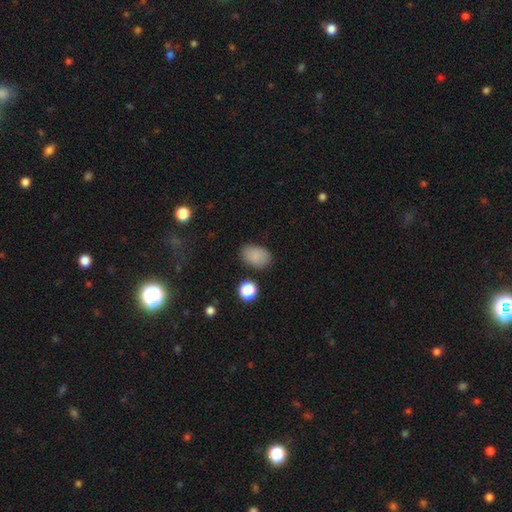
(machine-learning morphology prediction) smooth 85%, star or artifact 10%, featured or disk 5%. Down the decision tree: how rounded — in between (86%); merging — none (82%).